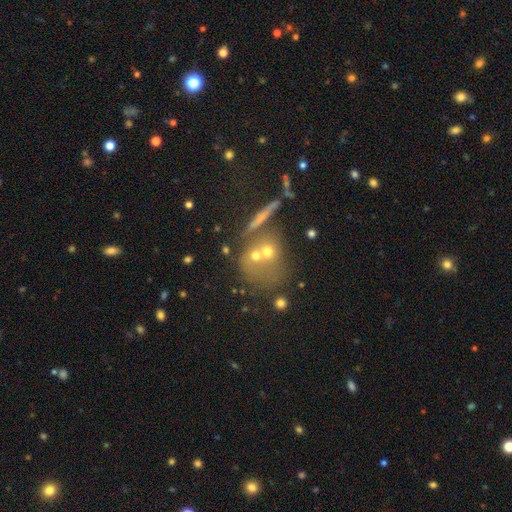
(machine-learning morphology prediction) smooth_or_featured: smooth (p=0.55) [alt: featured or disk p=0.27]
how_rounded: round (p=0.64) [alt: in between p=0.30]
merging: merger (p=0.48) [alt: none p=0.35]